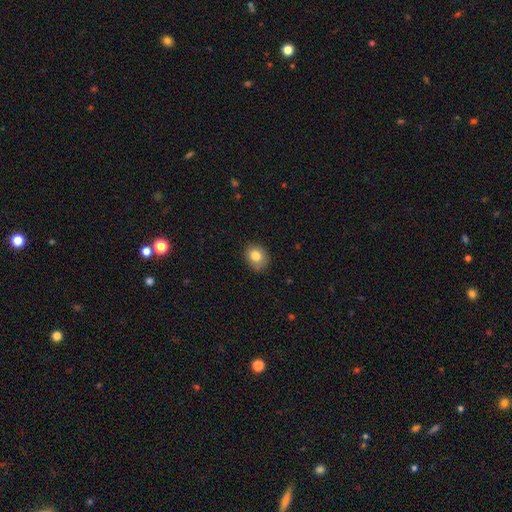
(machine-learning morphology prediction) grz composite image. It shows a smooth galaxy with no disk features (82%) that is round (63%). Merging: none (77%).